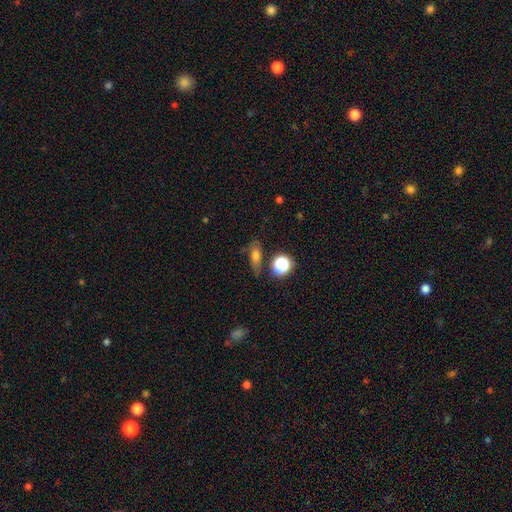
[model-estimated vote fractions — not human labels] smooth-or-featured: smooth: 65% | star or artifact: 18% | featured or disk: 17%
  how-rounded: in between: 57% | cigar-shaped: 24% | round: 19%
  merging: none: 68% | minor disturbance: 19% | major disturbance: 7% | merger: 6%